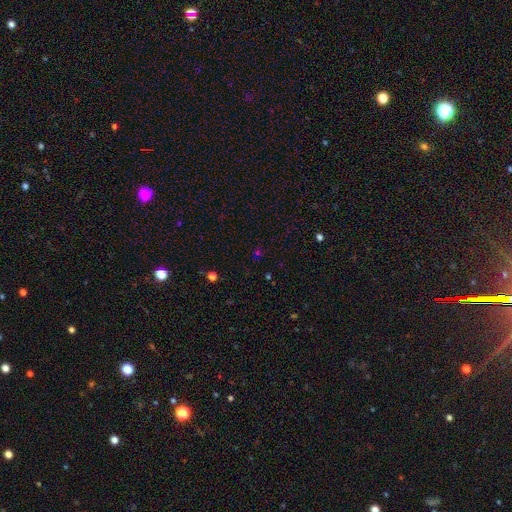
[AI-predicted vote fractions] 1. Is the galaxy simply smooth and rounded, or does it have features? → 54% star or artifact, 39% smooth, 7% featured or disk.